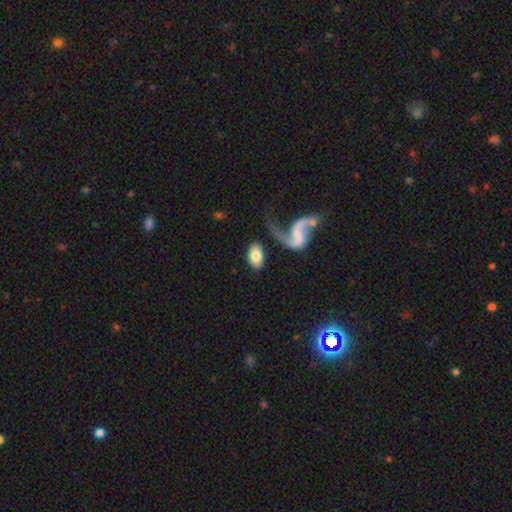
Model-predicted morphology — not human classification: This is likely a smooth galaxy (71%). How rounded: clearly in between (92%). Merging: likely none (69%).